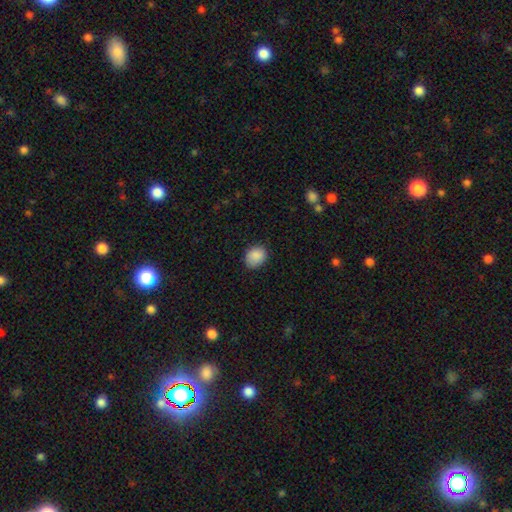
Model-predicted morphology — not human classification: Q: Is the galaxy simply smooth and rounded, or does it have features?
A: smooth — 88%.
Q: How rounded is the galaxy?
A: in between — 51%.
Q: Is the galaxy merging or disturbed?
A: none — 79%.